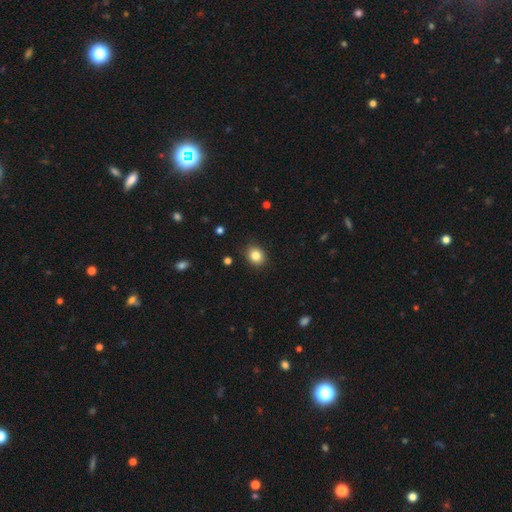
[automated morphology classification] Overall: smooth (84%). How rounded: round (57%; in between 42%). Merging: none (89%).